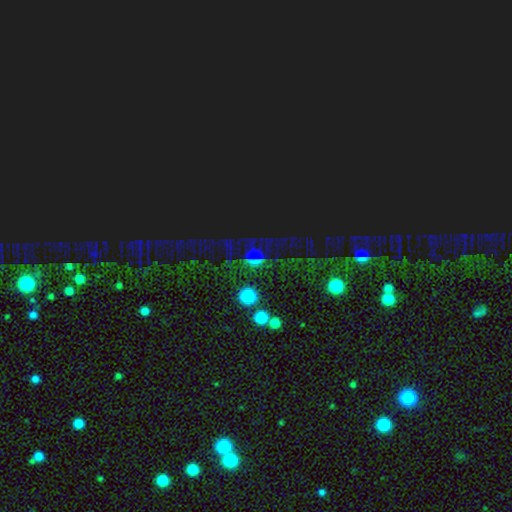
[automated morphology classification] This is likely a star or artifact rather than a galaxy (65%).